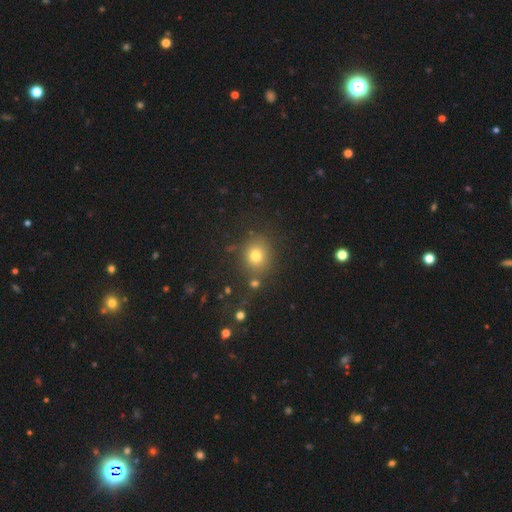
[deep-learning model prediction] smooth-or-featured: smooth: 75% | star or artifact: 17% | featured or disk: 8%
  how-rounded: round: 77% | in between: 22% | cigar-shaped: 1%
  merging: none: 80% | minor disturbance: 10% | merger: 6% | major disturbance: 4%